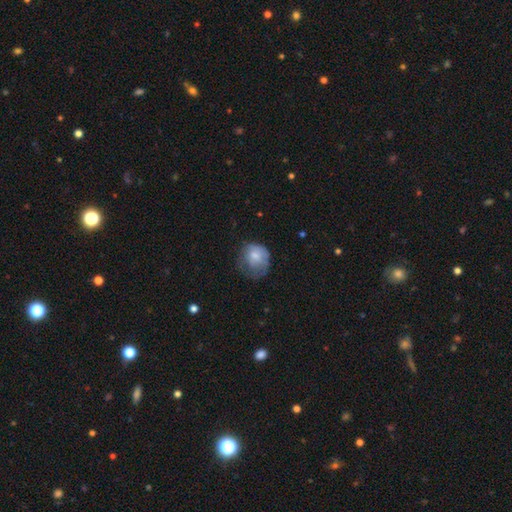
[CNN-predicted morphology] This appears to be a smooth galaxy with no disk features (68%) that is round (72%). Merging: none (40%).